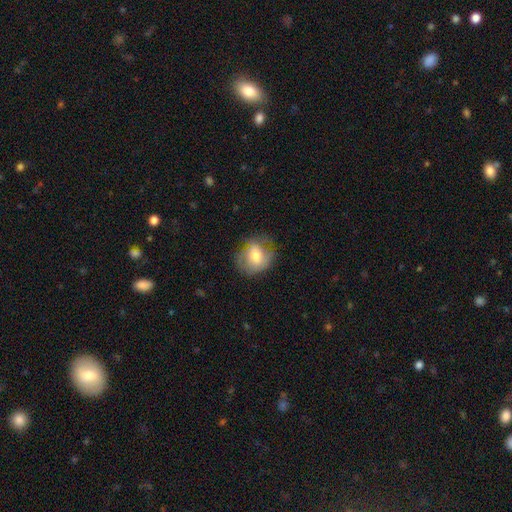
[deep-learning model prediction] This is likely a smooth galaxy (64%). How rounded: likely round (68%). Merging: likely none (61%).